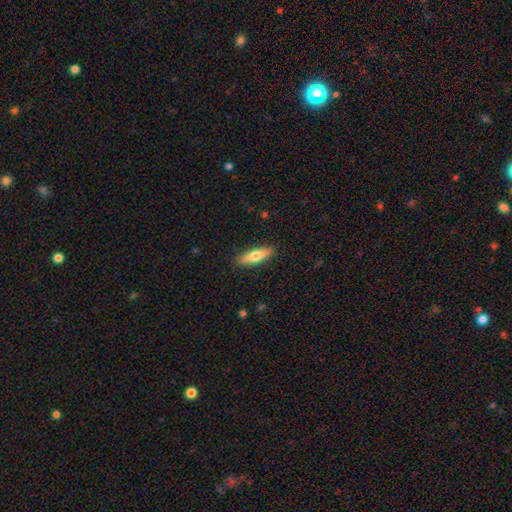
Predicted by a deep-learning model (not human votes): This is likely a smooth galaxy (69%). How rounded: possibly cigar-shaped (56%). Merging: clearly none (89%).